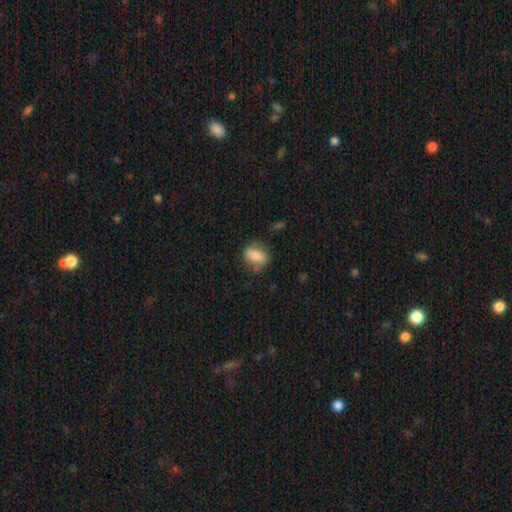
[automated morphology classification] Smooth or featured? Predicted: smooth (p=0.76). How rounded? Predicted: in between (p=0.73). Merging? Predicted: none (p=0.60).